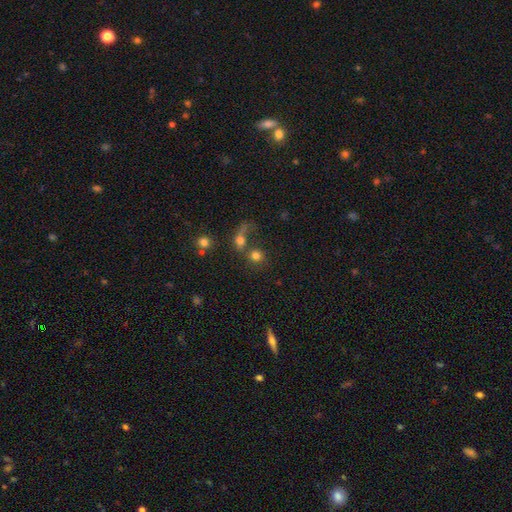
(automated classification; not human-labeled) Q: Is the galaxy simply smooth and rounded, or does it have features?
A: smooth — 73%.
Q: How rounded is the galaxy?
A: round — 86%.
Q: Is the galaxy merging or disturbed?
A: none — 40%, tied with merger.